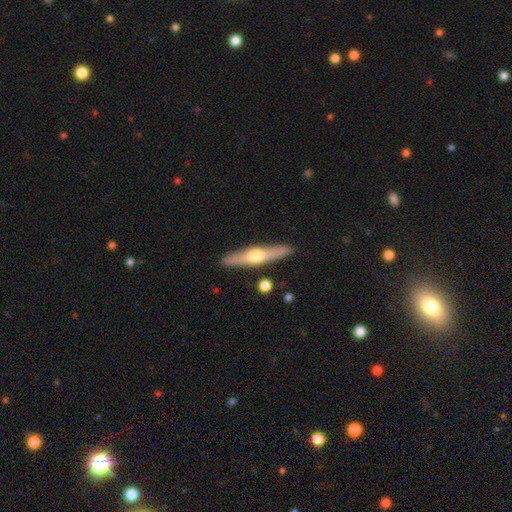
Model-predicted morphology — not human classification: type=featured or disk (65%); edge-on=yes (95%); edge-on bulge=rounded (93%); merging=none (90%).